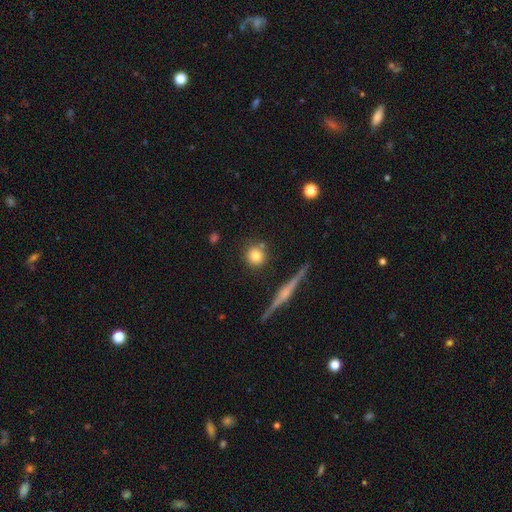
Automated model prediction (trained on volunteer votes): Morphology: type=smooth (75%); roundness=round (90%); merging=none (80%).